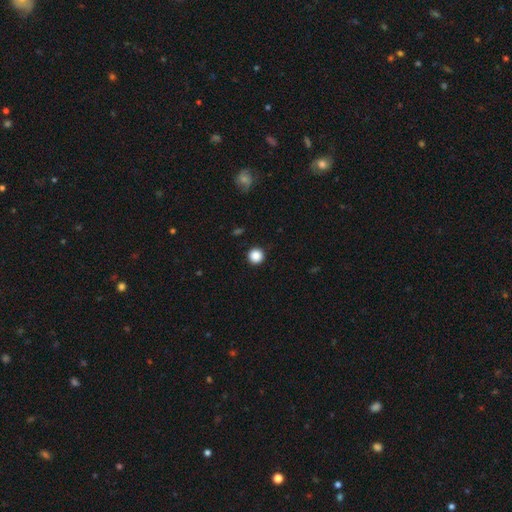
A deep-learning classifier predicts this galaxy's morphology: This appears to be a smooth galaxy with no disk features (87%) that is round (96%). Merging: none (92%).